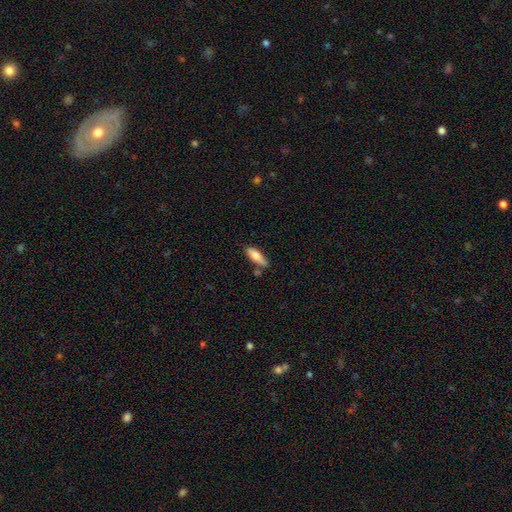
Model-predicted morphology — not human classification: A smooth galaxy with no disk features (77%) that is in between round and cigar-shaped (56%). Merging: none (64%).